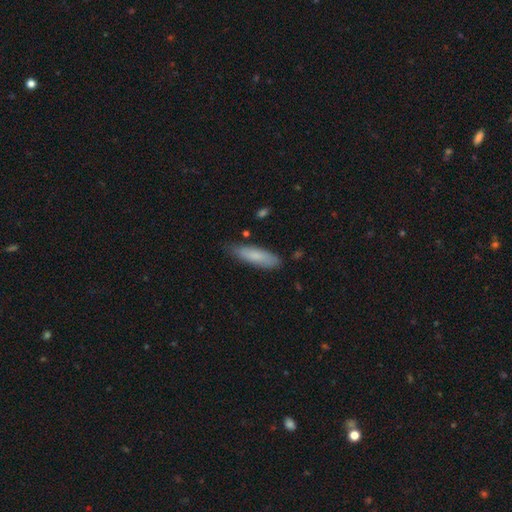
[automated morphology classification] Smooth or featured: smooth — 81% (featured or disk — 13%)
How rounded: cigar-shaped — 64% (in between — 35%)
Merging: none — 77% (minor disturbance — 18%)